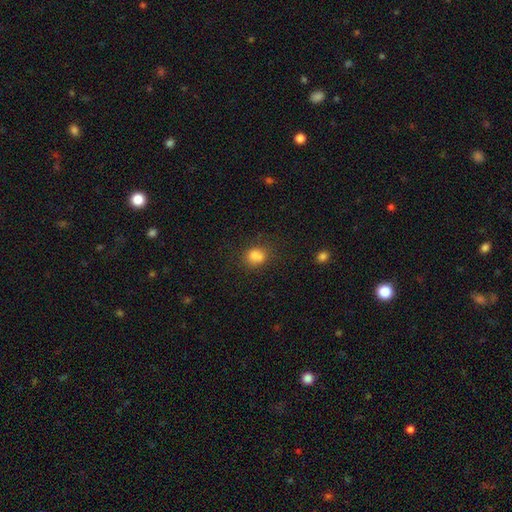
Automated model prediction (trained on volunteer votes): A smooth galaxy with no disk features (80%) that is round (57%). Merging: none (60%).